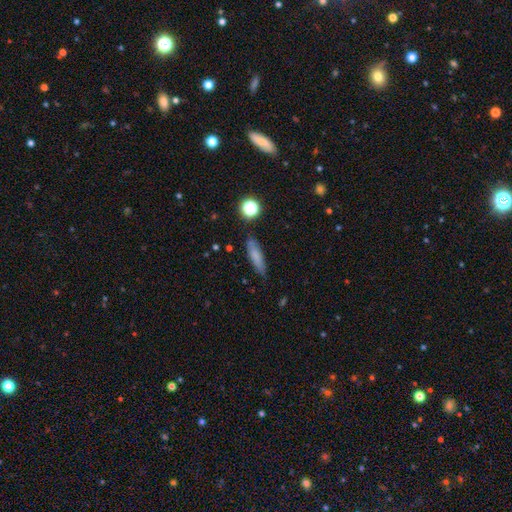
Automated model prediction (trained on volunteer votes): smooth_or_featured: smooth (p=0.74) [alt: featured or disk p=0.15]
how_rounded: cigar-shaped (p=0.71) [alt: in between p=0.26]
merging: none (p=0.80) [alt: minor disturbance p=0.14]